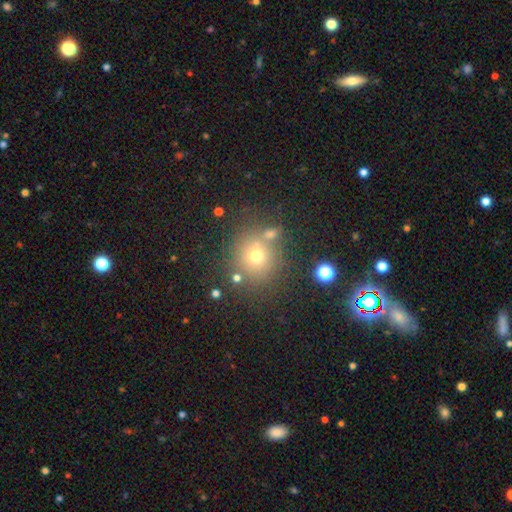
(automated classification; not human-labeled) Smooth or featured? Predicted: smooth (p=0.66). How rounded? Predicted: round (p=0.88). Merging? Predicted: none (p=0.70).